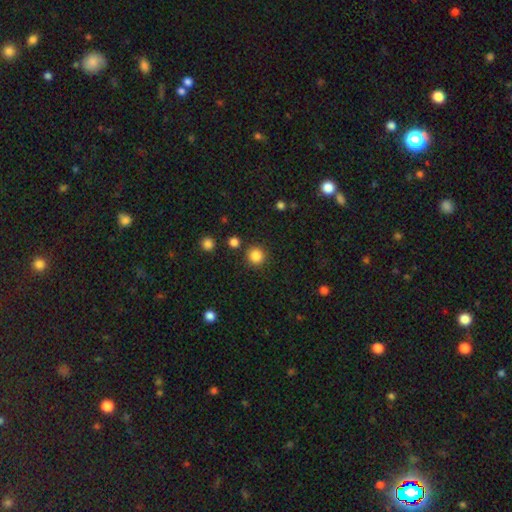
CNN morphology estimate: smooth 85%, star or artifact 12%, featured or disk 3%. Down the decision tree: how rounded — round (93%); merging — none (88%).